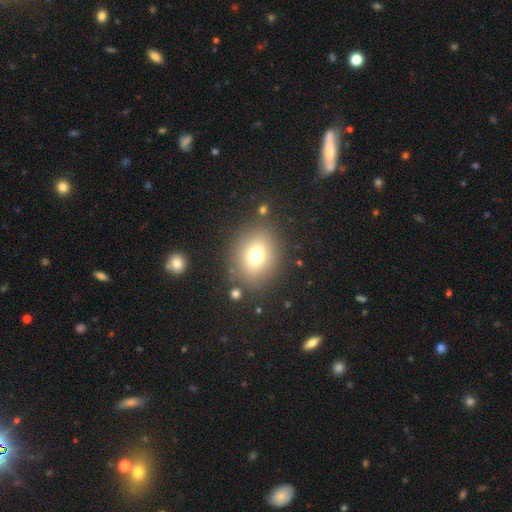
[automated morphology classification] This is likely a smooth galaxy (72%). How rounded: possibly round (58%). Merging: clearly none (82%).